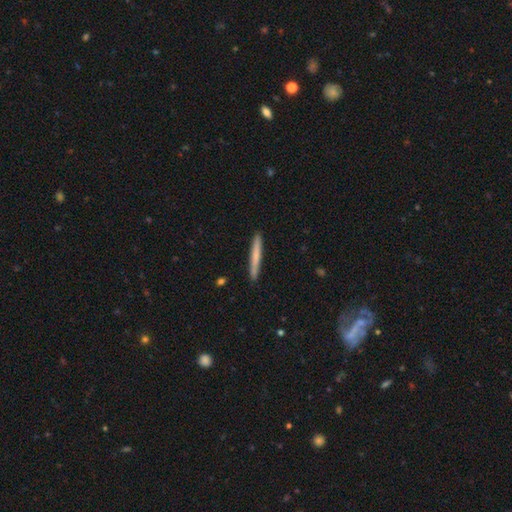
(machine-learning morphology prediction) Smooth or featured? smooth (67%)
How rounded? cigar-shaped (97%)
Merging? none (92%)